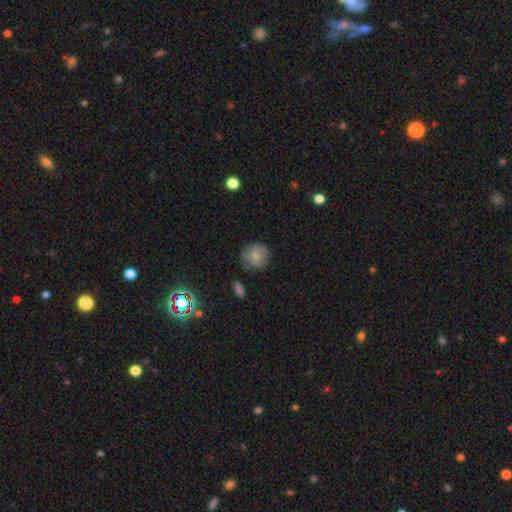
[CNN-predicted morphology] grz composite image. It shows a smooth galaxy with no disk features (75%) that is round (85%). Merging: none (75%).